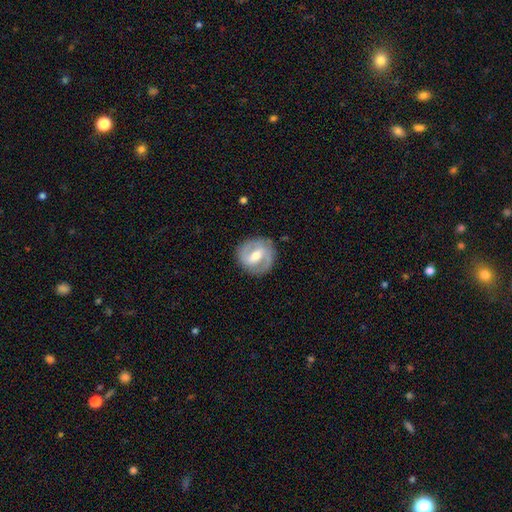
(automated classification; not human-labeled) Smooth or featured?
  - featured or disk: 76% *
  - smooth: 19%
  - star or artifact: 5%
Edge-on disk?
  - no: 97% *
  - yes: 3%
Bar?
  - weak: 44% *
  - strong: 42%
  - no: 14%
Spiral arms?
  - yes: 82% *
  - no: 18%
Spiral winding?
  - medium: 45% *
  - tight: 41%
  - loose: 15%
Spiral arm count?
  - 2: 85% *
  - can't tell: 8%
  - 1: 4%
  - 3: 2%
  - 4: 1%
  - more than 4: 1%
Bulge size?
  - moderate: 67% *
  - small: 23%
  - large: 8%
  - none: 1%
  - dominant: 1%
Merging?
  - none: 84% *
  - minor disturbance: 11%
  - major disturbance: 4%
  - merger: 1%